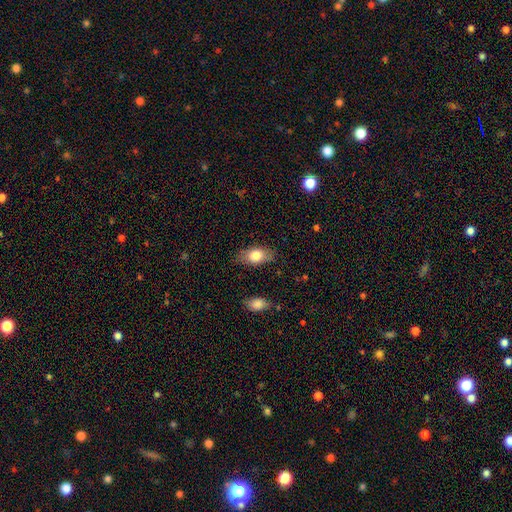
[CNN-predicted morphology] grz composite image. It shows a smooth galaxy with no disk features (77%) that is in between round and cigar-shaped (89%). Merging: none (81%).